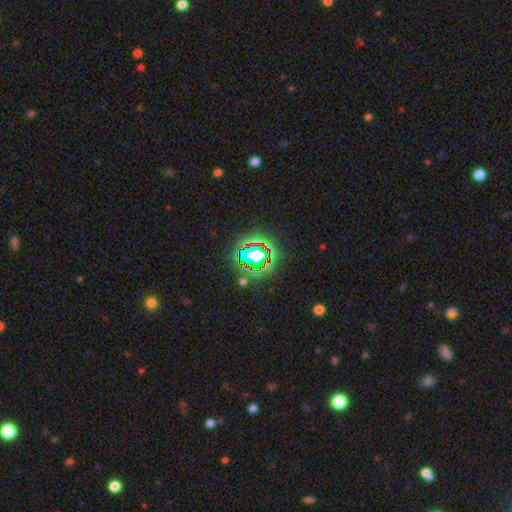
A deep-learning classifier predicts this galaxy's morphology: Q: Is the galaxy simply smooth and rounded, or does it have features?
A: star or artifact — 71%.